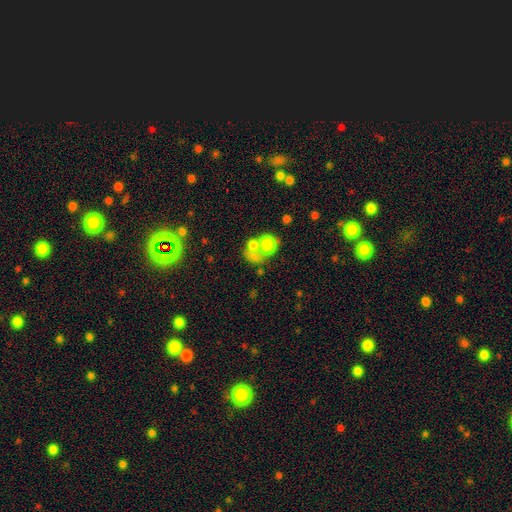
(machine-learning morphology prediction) The model was most divided on "merging": merger: 55%, none: 26%, major disturbance: 11%, minor disturbance: 8%. More confident: smooth or featured — smooth (69%); how rounded — round (67%).